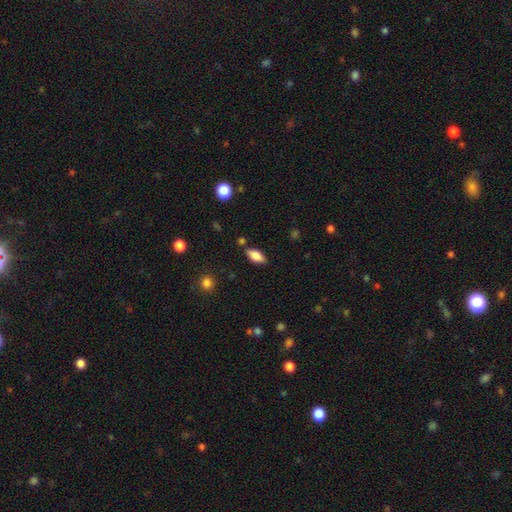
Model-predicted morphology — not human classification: The model was most divided on "smooth or featured": smooth: 78%, featured or disk: 15%, star or artifact: 7%. More confident: how rounded — in between (85%); merging — none (81%).